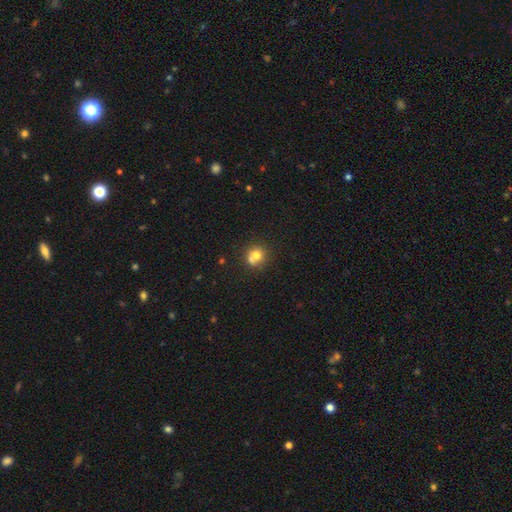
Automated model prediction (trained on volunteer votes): smooth 74%, featured or disk 15%, star or artifact 11%. Down the decision tree: how rounded — round (85%); merging — none (49%).